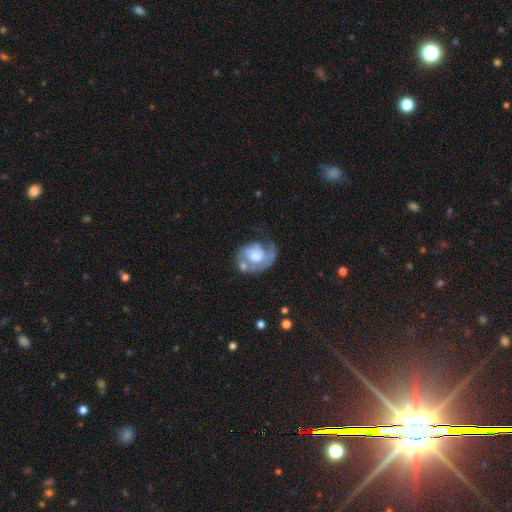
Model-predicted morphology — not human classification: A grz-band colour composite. It shows a featured or disk galaxy (68%) with no bar (72%), 1 (57%) tight (41%) spiral arms (82%) and a moderate central bulge (45%). Merging: none (37%).